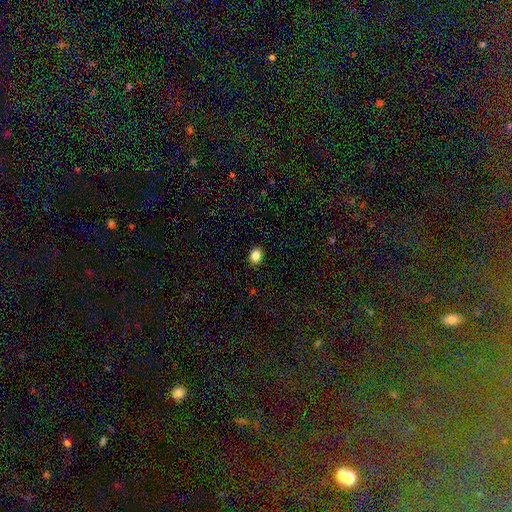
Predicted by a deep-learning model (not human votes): A smooth galaxy with no disk features (86%) that is round (50%).

Vote fractions:
- Smooth or featured? smooth: 86% / star or artifact: 10% / featured or disk: 4%
- How rounded? round: 50% / in between: 49% / cigar-shaped: 1%
- Merging? none: 91% / minor disturbance: 6% / major disturbance: 2% / merger: 1%